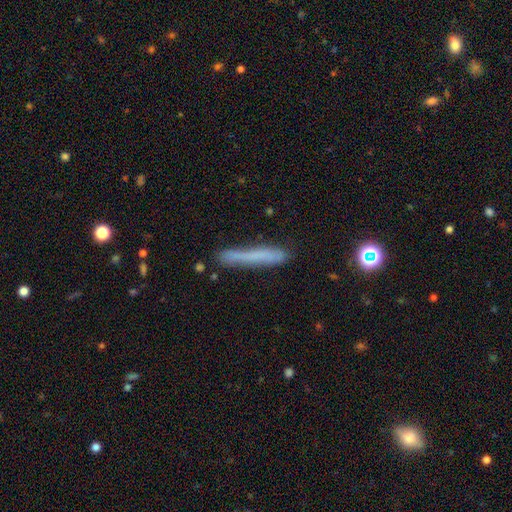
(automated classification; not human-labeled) This appears to be a smooth galaxy with no disk features (64%) that is cigar-shaped (95%). Merging: none (80%).